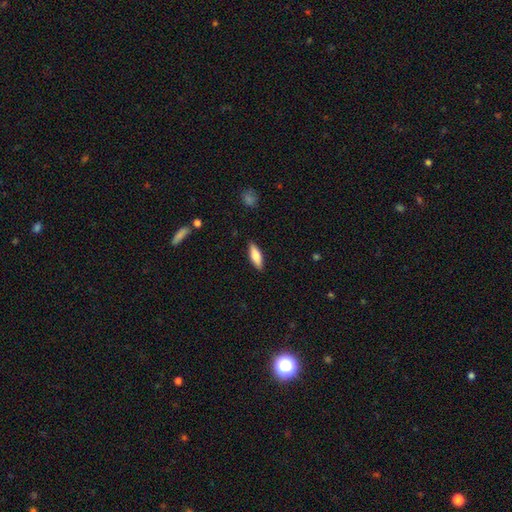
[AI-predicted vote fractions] This is likely a smooth galaxy (76%). How rounded: possibly in between (53%). Merging: clearly none (88%).